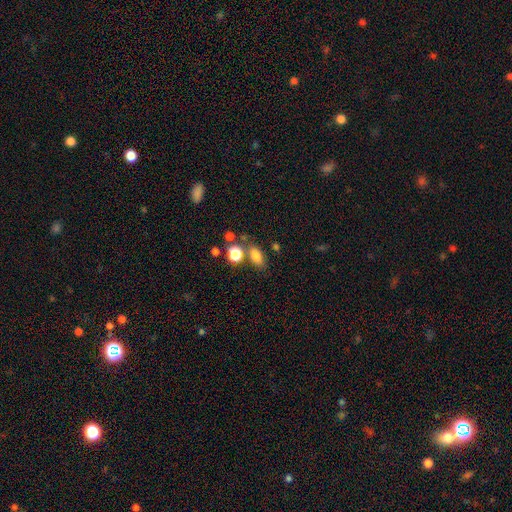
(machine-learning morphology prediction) A smooth galaxy with no disk features (80%) that is in between round and cigar-shaped (81%).

Vote fractions:
- Smooth or featured? smooth: 80% / star or artifact: 12% / featured or disk: 8%
- How rounded? in between: 81% / round: 16% / cigar-shaped: 4%
- Merging? none: 68% / merger: 14% / minor disturbance: 13% / major disturbance: 5%